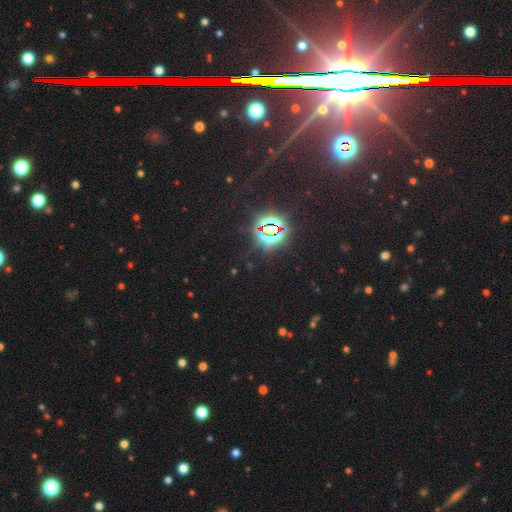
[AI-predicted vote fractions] star or artifact 82%, smooth 10%, featured or disk 8%.